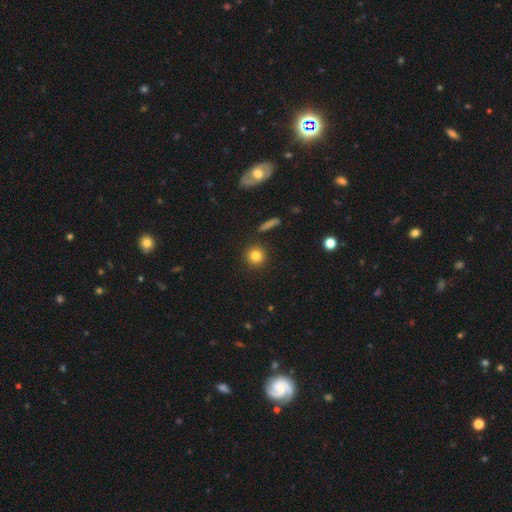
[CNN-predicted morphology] smooth_or_featured: smooth (p=0.82) [alt: star or artifact p=0.11]
how_rounded: round (p=0.93) [alt: in between p=0.06]
merging: none (p=0.89) [alt: minor disturbance p=0.06]